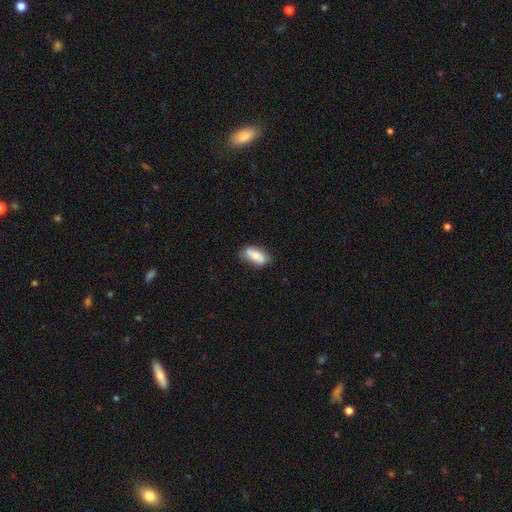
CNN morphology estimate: Q: Smooth or featured?
A: smooth (67%); runner-up: featured or disk (26%)
Q: How rounded?
A: in between (86%); runner-up: cigar-shaped (10%)
Q: Merging?
A: none (65%); runner-up: minor disturbance (24%)